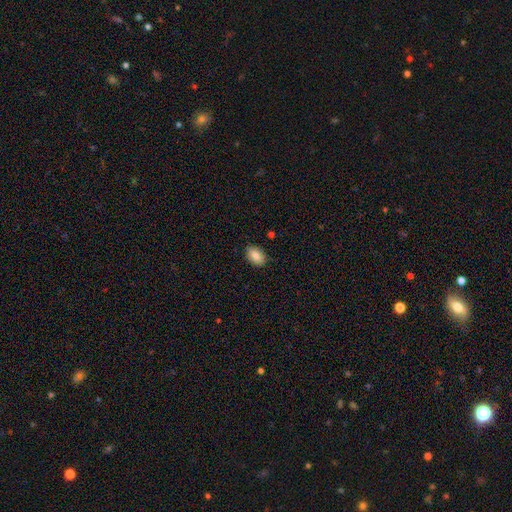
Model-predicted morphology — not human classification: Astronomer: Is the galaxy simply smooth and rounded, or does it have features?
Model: smooth — 85%.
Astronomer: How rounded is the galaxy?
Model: in between — 86%.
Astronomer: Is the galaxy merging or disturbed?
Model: none — 87%.